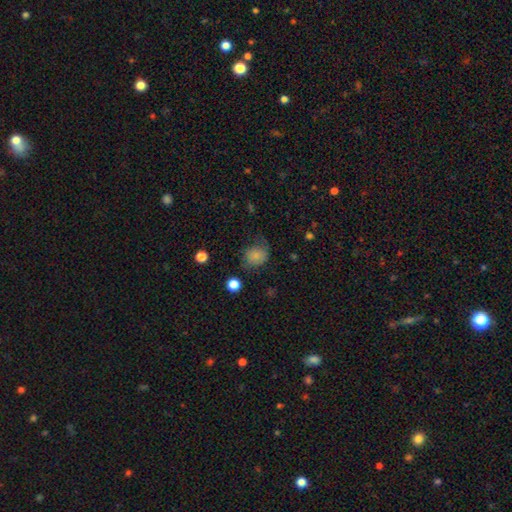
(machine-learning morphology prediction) smooth 77%, featured or disk 12%, star or artifact 11%. Down the decision tree: how rounded — round (65%); merging — none (55%).